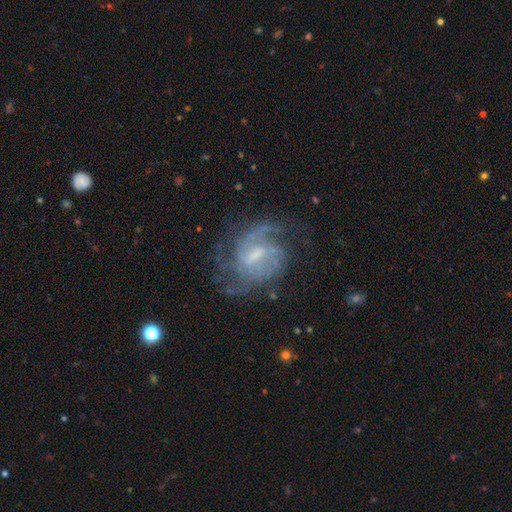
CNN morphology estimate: Smooth or featured: featured or disk — 85% (smooth — 7%)
Edge-on disk: no — 97% (yes — 3%)
Bar: weak — 57% (no — 21%)
Spiral arms: yes — 96% (no — 4%)
Spiral winding: medium — 46% (tight — 41%)
Spiral arm count: 2 — 44% (3 — 21%)
Bulge size: small — 47% (moderate — 35%)
Merging: none — 68% (minor disturbance — 17%)